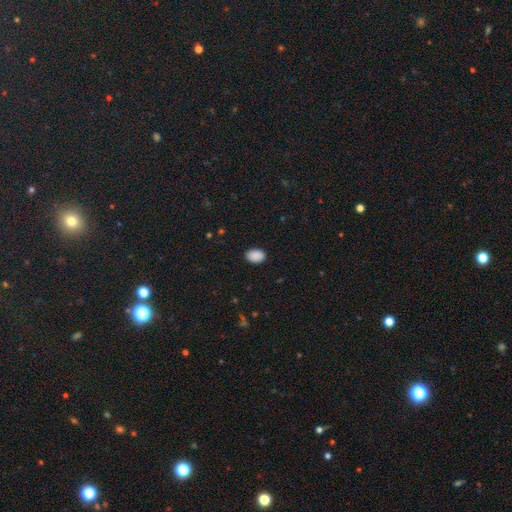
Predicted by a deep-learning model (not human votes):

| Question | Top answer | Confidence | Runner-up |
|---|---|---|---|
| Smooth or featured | smooth | 89% | star or artifact (8%) |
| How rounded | in between | 82% | round (17%) |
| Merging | none | 89% | minor disturbance (8%) |